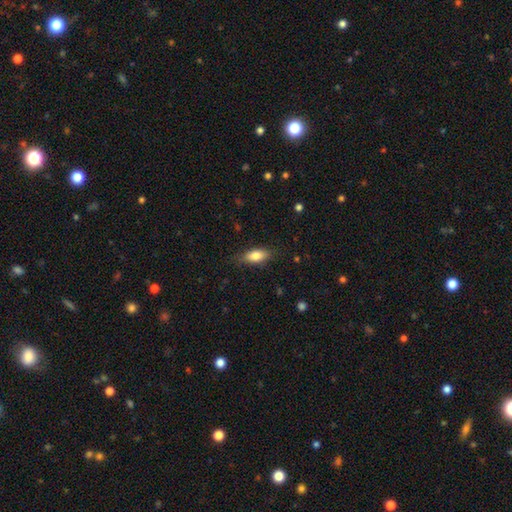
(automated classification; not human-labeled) This is clearly a smooth galaxy (81%). How rounded: clearly in between (81%). Merging: clearly none (81%).